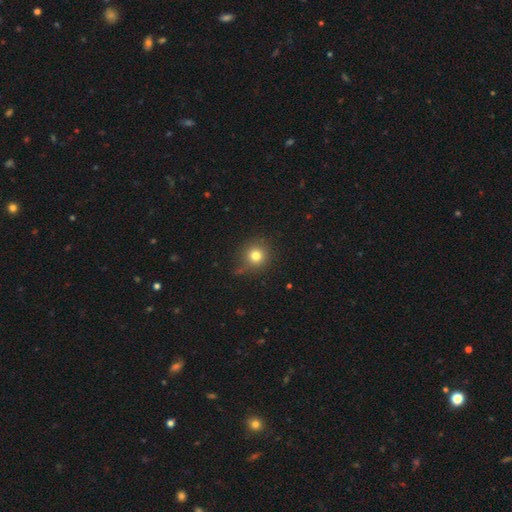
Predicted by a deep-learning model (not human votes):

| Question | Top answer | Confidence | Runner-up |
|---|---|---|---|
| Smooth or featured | smooth | 78% | star or artifact (14%) |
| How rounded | round | 92% | in between (7%) |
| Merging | none | 80% | minor disturbance (14%) |